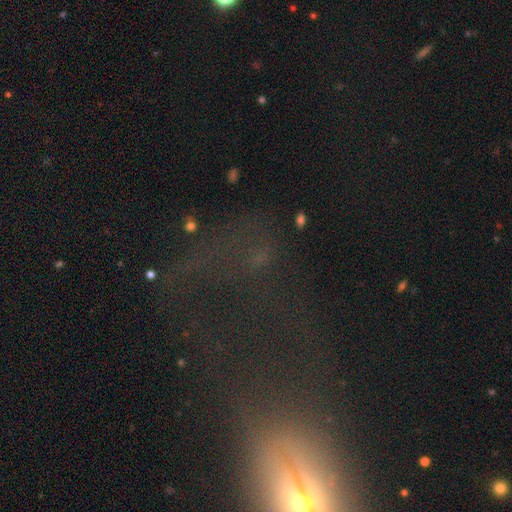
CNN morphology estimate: Smooth or featured? Predicted: star or artifact (p=0.55).